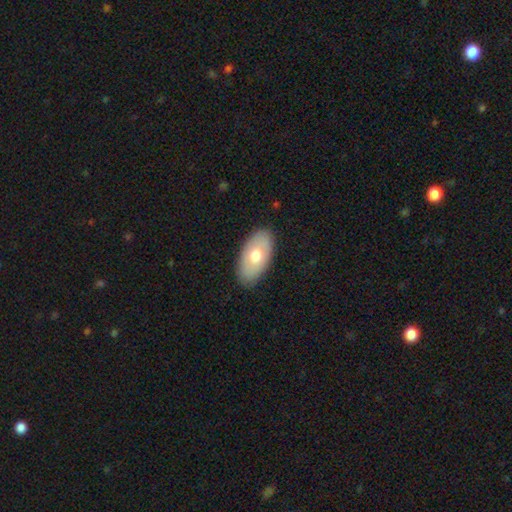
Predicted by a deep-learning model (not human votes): Smooth or featured?
  - smooth: 66% *
  - featured or disk: 28%
  - star or artifact: 6%
How rounded?
  - in between: 94% *
  - round: 3%
  - cigar-shaped: 3%
Merging?
  - none: 85% *
  - minor disturbance: 11%
  - major disturbance: 2%
  - merger: 1%